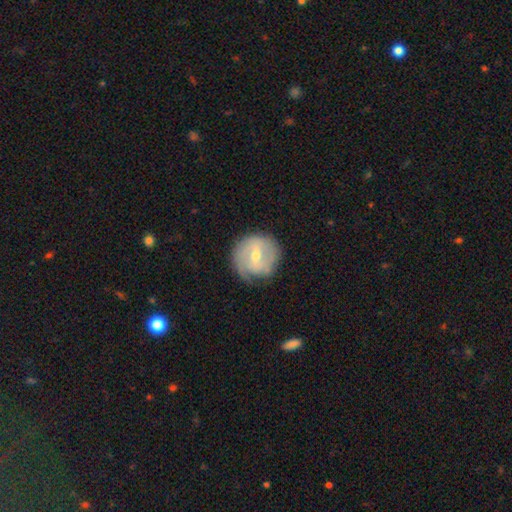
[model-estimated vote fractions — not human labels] A featured or disk galaxy (66%) with a weak bar (55%), 2 (47%) tight (49%) spiral arms (82%) and a moderate central bulge (56%).

Vote fractions:
- Smooth or featured? featured or disk: 66% / smooth: 28% / star or artifact: 6%
- Edge-on disk? no: 97% / yes: 3%
- Bar? weak: 55% / no: 26% / strong: 19%
- Spiral arms? yes: 82% / no: 18%
- Spiral winding? tight: 49% / medium: 35% / loose: 16%
- Spiral arm count? 2: 47% / can't tell: 28% / 1: 11% / 3: 9% / 4: 3% / more than 4: 2%
- Bulge size? moderate: 56% / small: 41% / large: 2% / none: 1% / dominant: 1%
- Merging? none: 70% / minor disturbance: 21% / major disturbance: 8% / merger: 1%